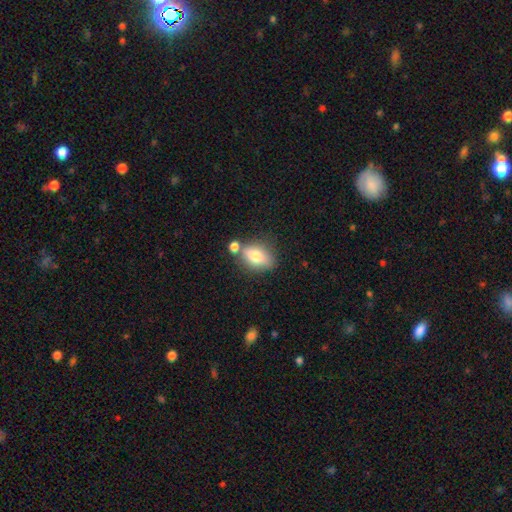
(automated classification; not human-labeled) smooth_or_featured: smooth (p=0.76) [alt: featured or disk p=0.16]
how_rounded: in between (p=0.76) [alt: round p=0.22]
merging: none (p=0.54) [alt: merger p=0.24]